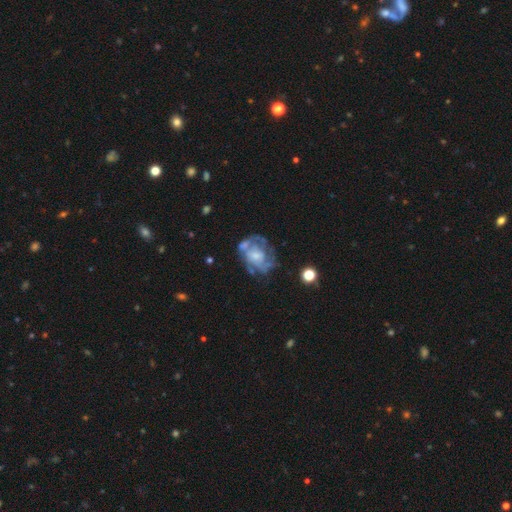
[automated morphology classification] Smooth or featured? featured or disk (72%)
Edge-on disk? no (98%)
Bar? no (68%)
Spiral arms? yes (64%)
Bulge size? small (38%, tied with moderate)
Merging? none (47%)